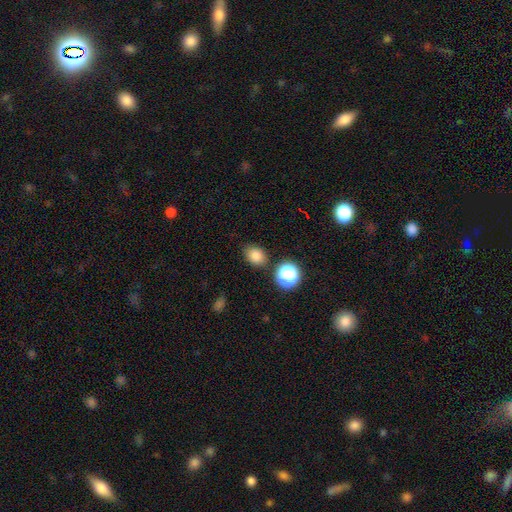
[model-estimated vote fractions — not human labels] A smooth galaxy with no disk features (81%) that is in between round and cigar-shaped (54%).

Vote fractions:
- Smooth or featured? smooth: 81% / star or artifact: 13% / featured or disk: 6%
- How rounded? in between: 54% / round: 45% / cigar-shaped: 1%
- Merging? none: 80% / minor disturbance: 12% / merger: 5% / major disturbance: 3%